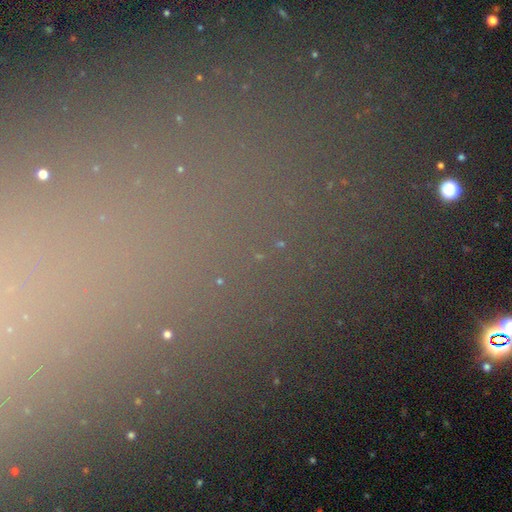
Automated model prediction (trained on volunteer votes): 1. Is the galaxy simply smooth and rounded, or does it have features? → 71% star or artifact, 18% smooth, 11% featured or disk.